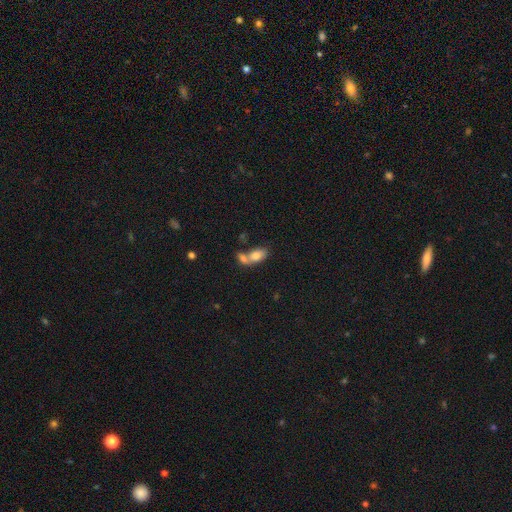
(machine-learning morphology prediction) Q: Smooth or featured?
A: smooth (77%); runner-up: featured or disk (15%)
Q: How rounded?
A: in between (89%); runner-up: round (7%)
Q: Merging?
A: merger (58%); runner-up: none (28%)